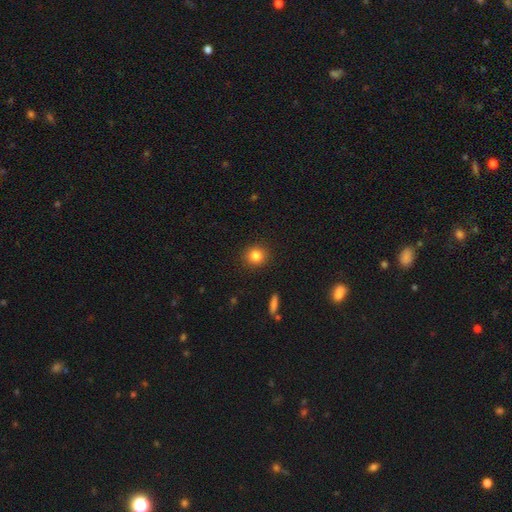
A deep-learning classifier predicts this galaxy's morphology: smooth 83%, star or artifact 11%, featured or disk 6%. Down the decision tree: how rounded — round (90%); merging — none (91%).